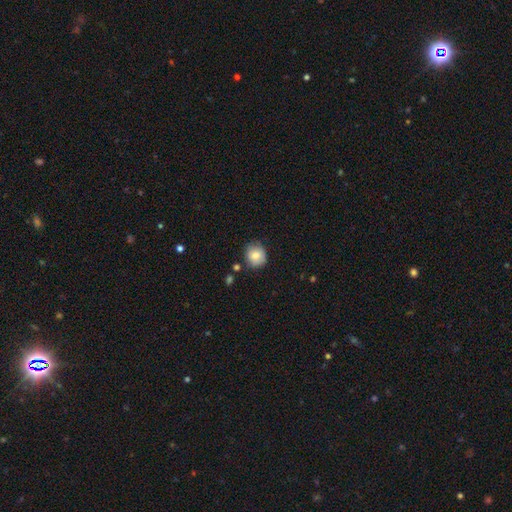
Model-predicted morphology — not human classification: Overall: smooth (81%). How rounded: round (82%). Merging: none (76%).